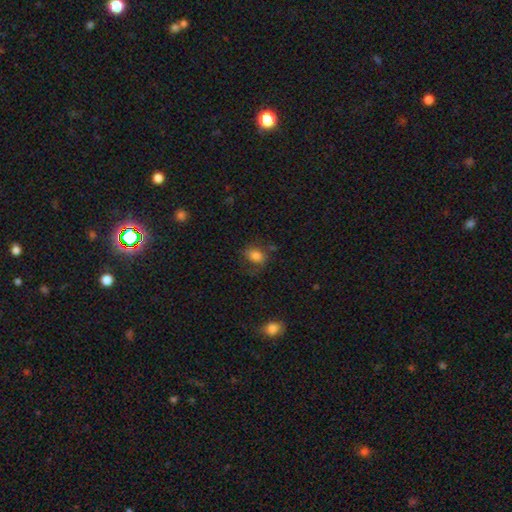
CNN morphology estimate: Smooth or featured? Predicted: smooth (p=0.80). How rounded? Predicted: in between (p=0.70). Merging? Predicted: none (p=0.63).